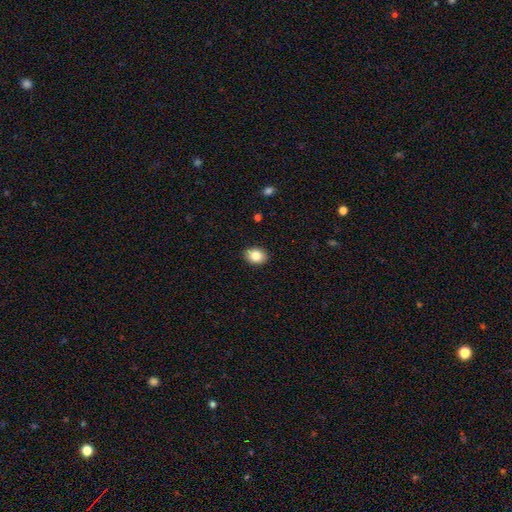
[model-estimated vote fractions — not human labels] smooth-or-featured: smooth: 84% | star or artifact: 8% | featured or disk: 8%
  how-rounded: in between: 68% | round: 31% | cigar-shaped: 1%
  merging: none: 89% | minor disturbance: 8% | major disturbance: 2% | merger: 1%